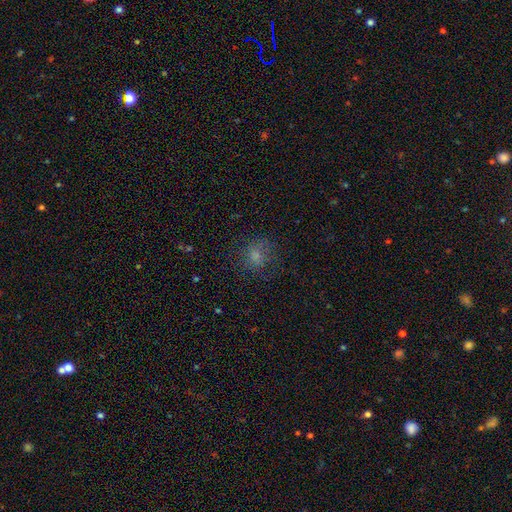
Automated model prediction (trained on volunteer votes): Overall: smooth (67%). How rounded: round (71%). Merging: none (67%).